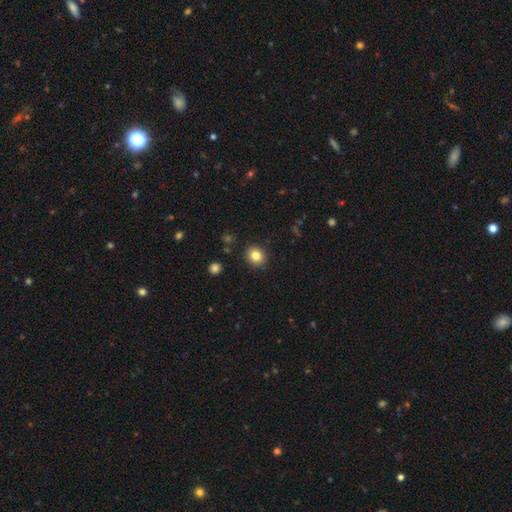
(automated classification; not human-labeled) smooth_or_featured: smooth (p=0.83) [alt: star or artifact p=0.11]
how_rounded: round (p=0.80) [alt: in between p=0.19]
merging: none (p=0.91) [alt: minor disturbance p=0.06]